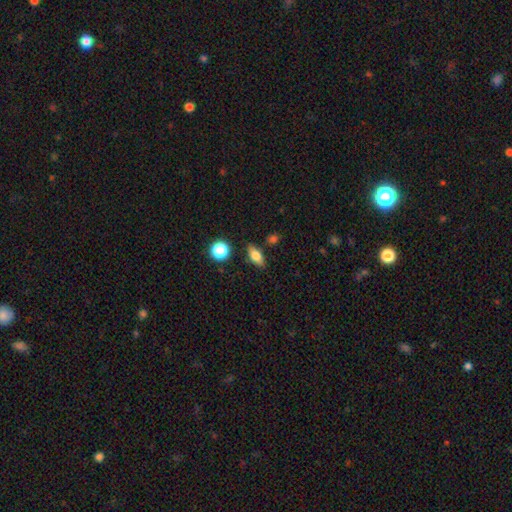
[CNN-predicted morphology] Smooth or featured? Predicted: smooth (p=0.77). How rounded? Predicted: in between (p=0.80). Merging? Predicted: none (p=0.81).